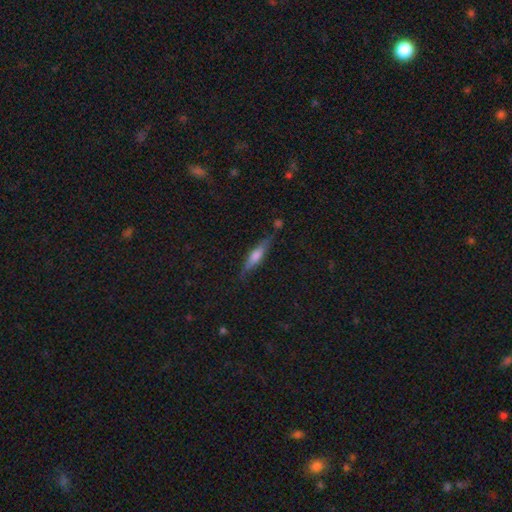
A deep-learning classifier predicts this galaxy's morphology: Smooth or featured?
  - smooth: 46% * (tied)
  - featured or disk: 46% * (tied)
  - star or artifact: 8%
Merging?
  - none: 79% *
  - minor disturbance: 15%
  - major disturbance: 4%
  - merger: 3%